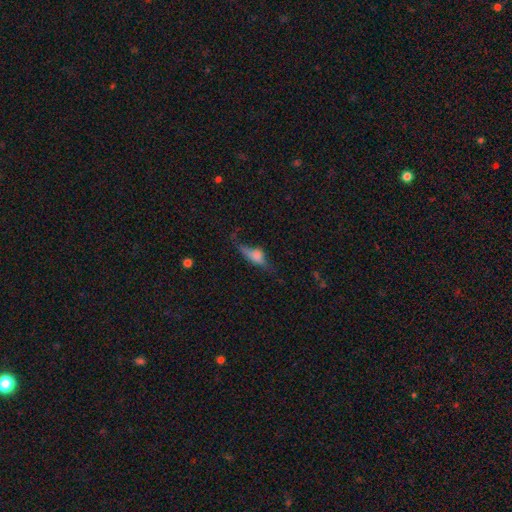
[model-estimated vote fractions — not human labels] Overall: smooth (47%; featured or disk 42%). Merging: none (38%; major disturbance 30%).